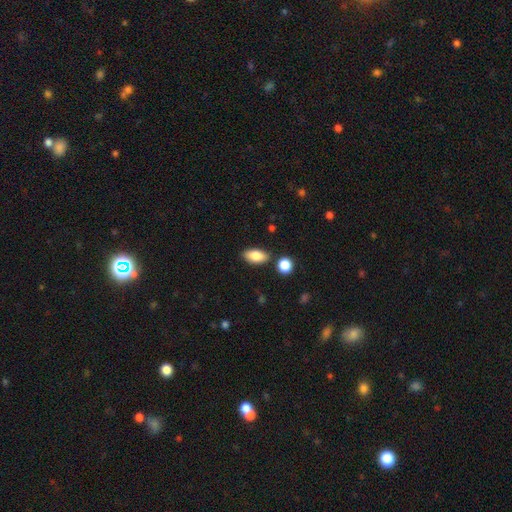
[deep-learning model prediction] This is clearly a smooth galaxy (83%). How rounded: clearly in between (90%). Merging: clearly none (82%).